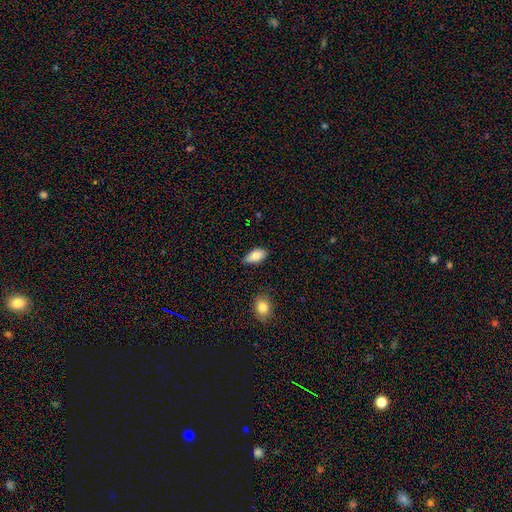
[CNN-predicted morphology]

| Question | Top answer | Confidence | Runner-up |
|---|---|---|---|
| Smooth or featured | smooth | 84% | featured or disk (9%) |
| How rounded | in between | 93% | round (4%) |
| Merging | none | 77% | minor disturbance (18%) |